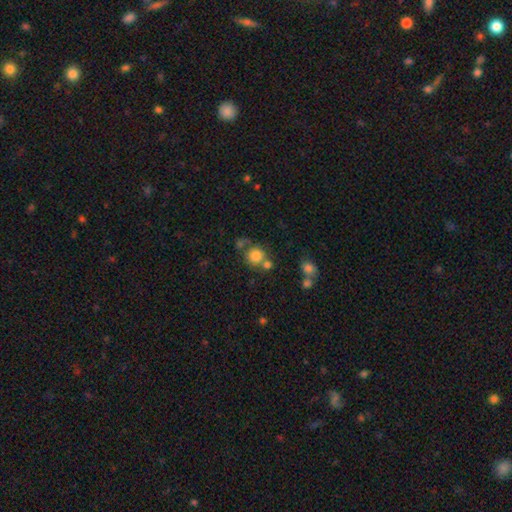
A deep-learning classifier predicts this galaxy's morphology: Q: Smooth or featured?
A: smooth (80%); runner-up: star or artifact (12%)
Q: How rounded?
A: round (89%); runner-up: in between (10%)
Q: Merging?
A: none (59%); runner-up: merger (25%)